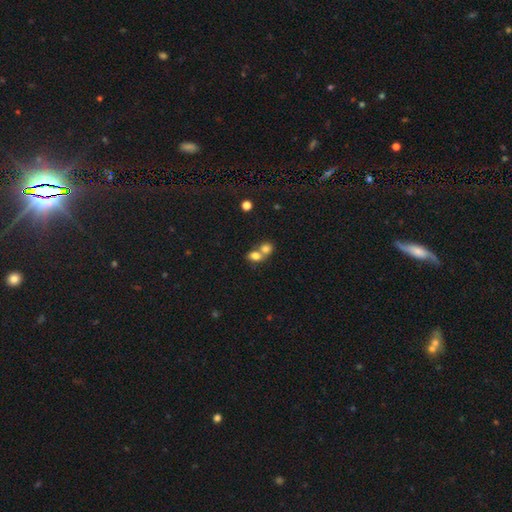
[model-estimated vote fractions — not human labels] This is likely a smooth galaxy (78%). How rounded: possibly in between (54%). Merging: likely merger (65%).